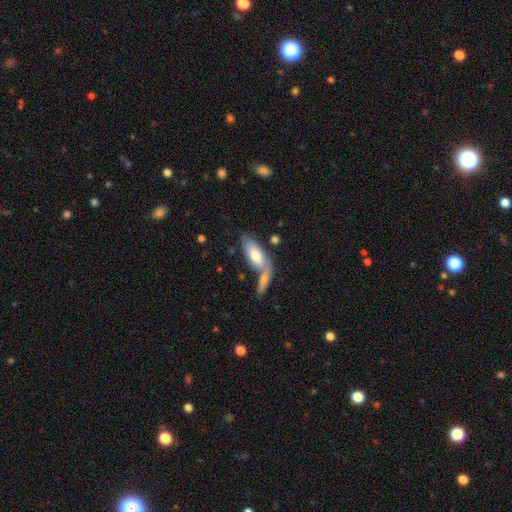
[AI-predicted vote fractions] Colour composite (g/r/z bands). It shows a smooth galaxy with no disk features (68%) that is in between round and cigar-shaped (79%). Merging: none (43%).